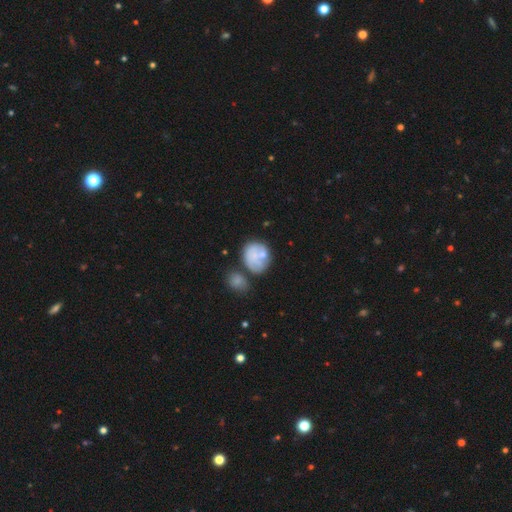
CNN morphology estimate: This is possibly a smooth galaxy (56%). How rounded: likely round (67%). Merging: marginally none (40%).